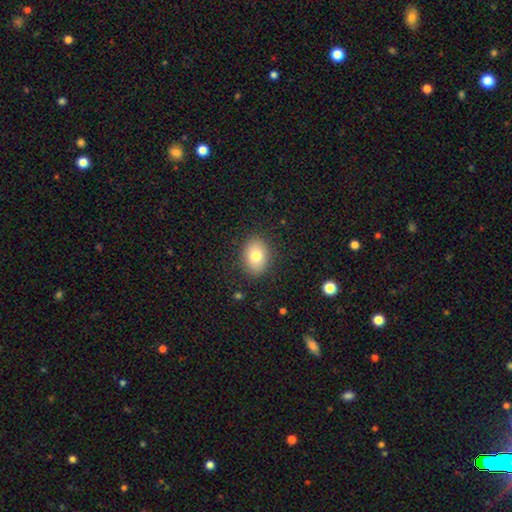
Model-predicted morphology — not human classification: smooth 78%, featured or disk 13%, star or artifact 9%. Down the decision tree: how rounded — in between (68%); merging — none (88%).